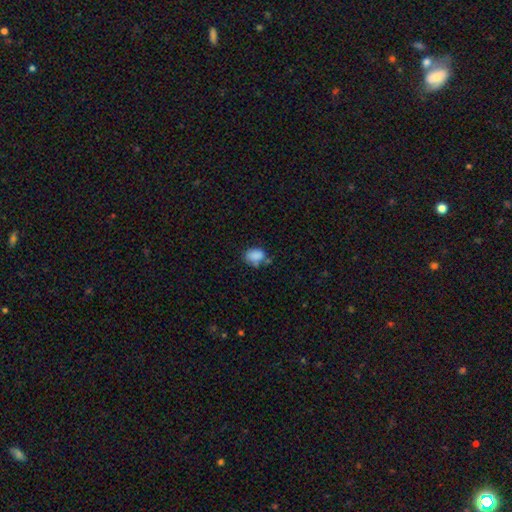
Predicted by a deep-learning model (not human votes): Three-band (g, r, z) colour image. It shows a smooth galaxy with no disk features (84%) that is in between round and cigar-shaped (70%). Merging: none (56%).